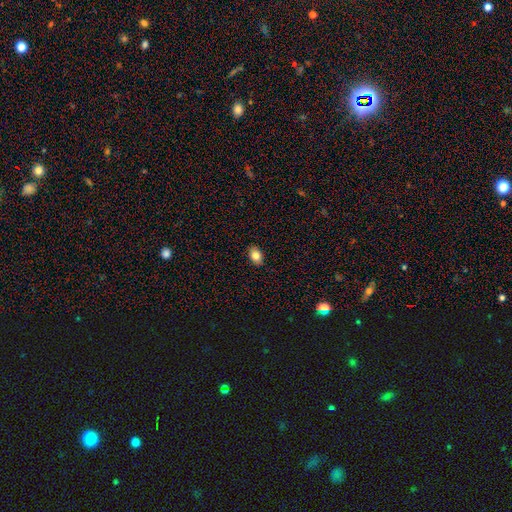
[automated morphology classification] The model was most divided on "how rounded": in between: 77%, round: 22%, cigar-shaped: 1%. More confident: merging — none (89%); smooth or featured — smooth (82%).